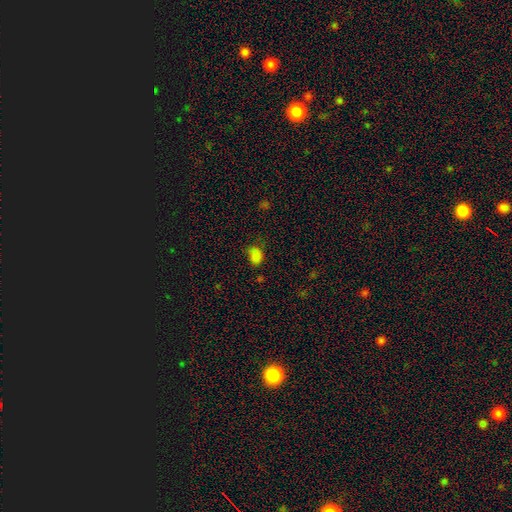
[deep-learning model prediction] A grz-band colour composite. It shows a smooth galaxy with no disk features (82%) that is in between round and cigar-shaped (71%). Merging: none (67%).